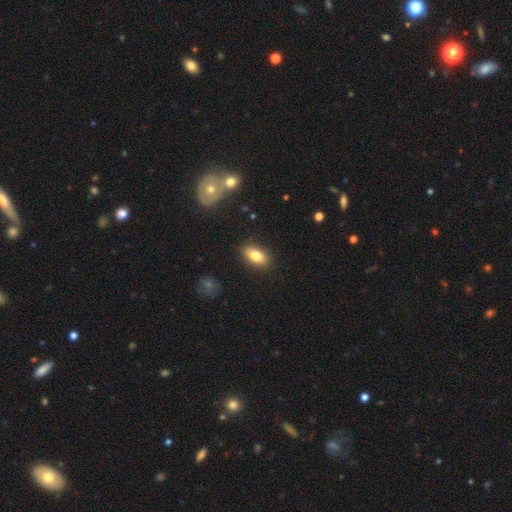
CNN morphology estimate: This is likely a smooth galaxy (79%). How rounded: clearly in between (89%). Merging: clearly none (87%).